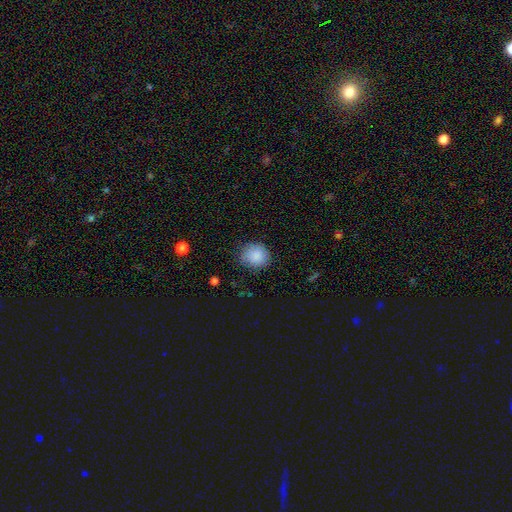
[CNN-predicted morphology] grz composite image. It shows a smooth galaxy with no disk features (87%) that is round (82%). Merging: none (77%).